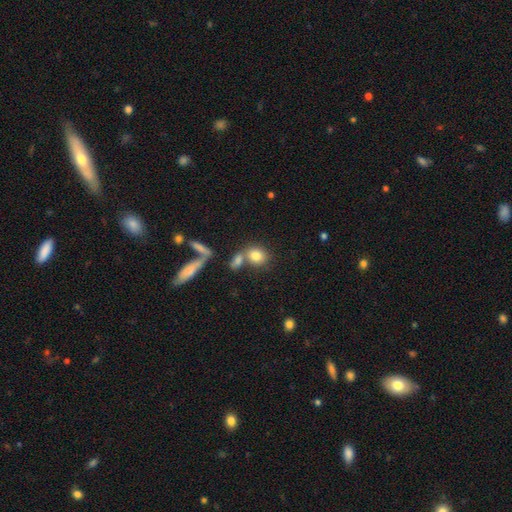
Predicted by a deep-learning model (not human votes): This is likely a smooth galaxy (79%). How rounded: possibly round (59%). Merging: possibly none (54%).